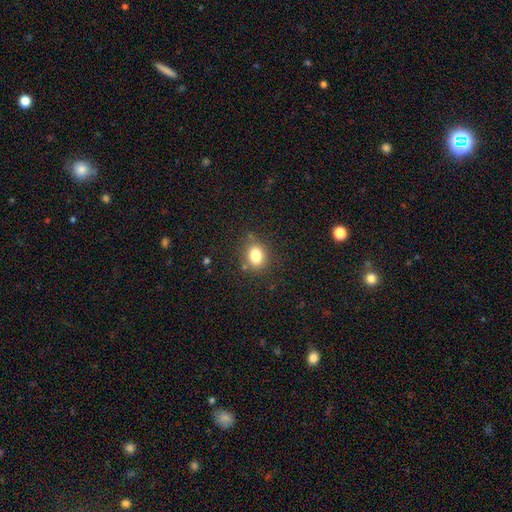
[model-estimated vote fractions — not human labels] Q: Smooth or featured?
A: smooth (80%); runner-up: star or artifact (11%)
Q: How rounded?
A: in between (56%); runner-up: round (43%)
Q: Merging?
A: none (79%); runner-up: minor disturbance (13%)